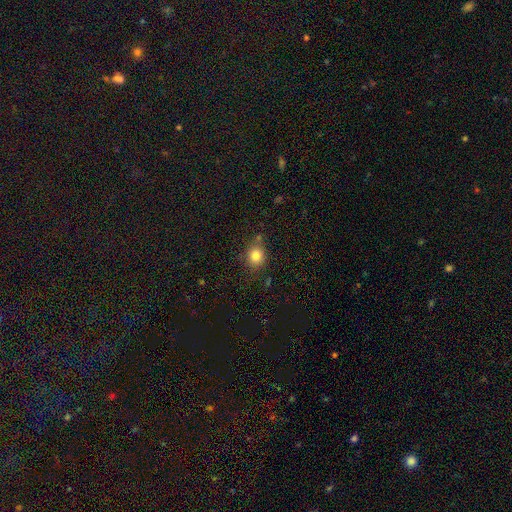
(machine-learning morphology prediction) Q: Smooth or featured?
A: smooth (82%); runner-up: star or artifact (11%)
Q: How rounded?
A: round (80%); runner-up: in between (19%)
Q: Merging?
A: none (74%); runner-up: minor disturbance (16%)